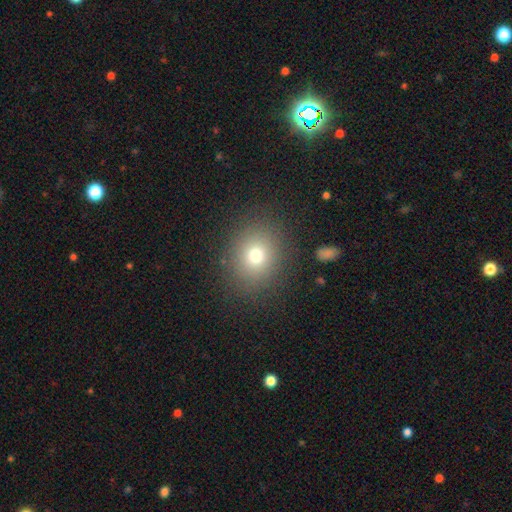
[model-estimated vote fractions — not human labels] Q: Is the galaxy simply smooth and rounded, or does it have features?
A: smooth — 74%.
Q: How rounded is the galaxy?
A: round — 68%.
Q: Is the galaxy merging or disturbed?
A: none — 86%.